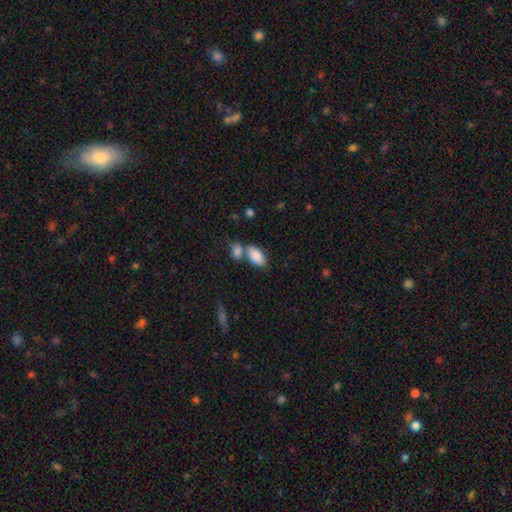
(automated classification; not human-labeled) Overall: smooth (86%). How rounded: in between (93%). Merging: none (43%; merger 41%).